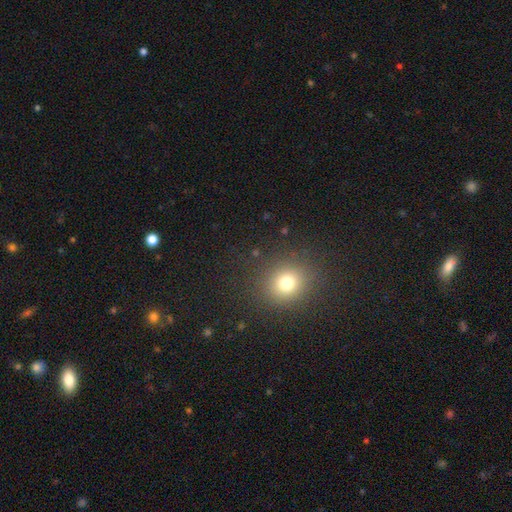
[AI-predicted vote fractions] Smooth or featured: smooth — 68% (star or artifact — 25%)
How rounded: round — 81% (in between — 18%)
Merging: none — 91% (minor disturbance — 6%)